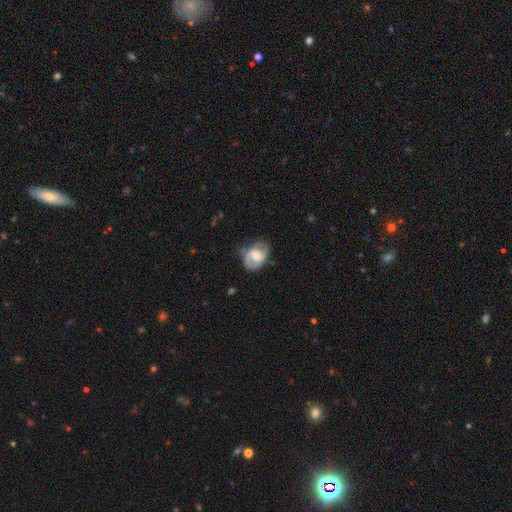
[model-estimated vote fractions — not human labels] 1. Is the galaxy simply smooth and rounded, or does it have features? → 75% featured or disk, 19% smooth, 6% star or artifact.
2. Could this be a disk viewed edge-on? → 97% no, 3% yes.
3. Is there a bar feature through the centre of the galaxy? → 46% no, 44% weak, 10% strong.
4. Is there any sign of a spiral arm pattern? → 92% yes, 8% no.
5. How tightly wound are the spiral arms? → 49% medium, 32% tight, 19% loose.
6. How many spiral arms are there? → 85% 2, 7% can't tell, 3% 1, 2% 3, 1% 4, 1% more than 4.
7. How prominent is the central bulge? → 58% moderate, 30% small, 8% large, 3% none, 1% dominant.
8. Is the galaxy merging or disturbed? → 71% none, 21% minor disturbance, 7% major disturbance, 2% merger.